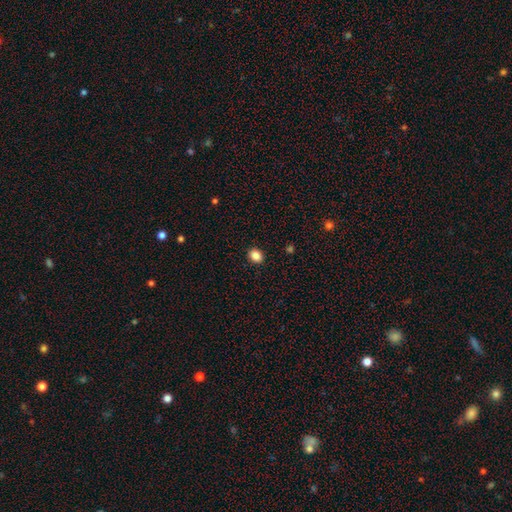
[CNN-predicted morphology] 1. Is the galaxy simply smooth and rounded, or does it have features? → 87% smooth, 10% star or artifact, 3% featured or disk.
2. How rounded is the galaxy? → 55% in between, 44% round, 1% cigar-shaped.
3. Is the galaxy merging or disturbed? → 91% none, 7% minor disturbance, 2% major disturbance, 1% merger.